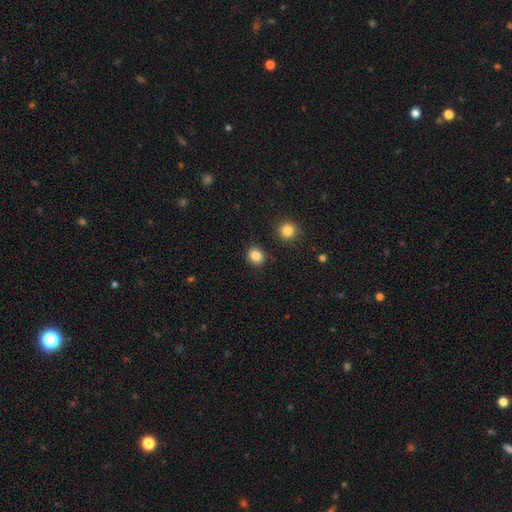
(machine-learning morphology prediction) A smooth galaxy with no disk features (85%) that is round (84%).

Vote fractions:
- Smooth or featured? smooth: 85% / star or artifact: 11% / featured or disk: 4%
- How rounded? round: 84% / in between: 15% / cigar-shaped: 1%
- Merging? none: 88% / minor disturbance: 7% / merger: 3% / major disturbance: 2%